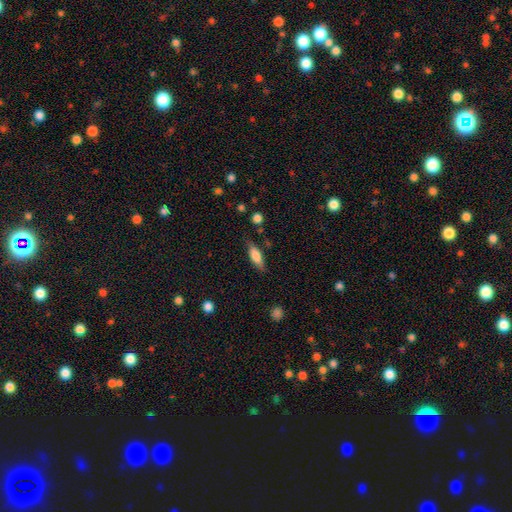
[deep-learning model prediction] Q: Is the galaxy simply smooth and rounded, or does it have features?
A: smooth — 70%.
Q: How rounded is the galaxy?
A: in between — 59%.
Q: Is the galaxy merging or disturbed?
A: none — 77%.